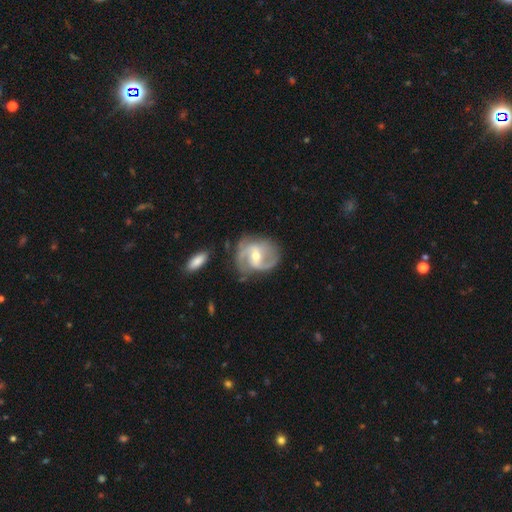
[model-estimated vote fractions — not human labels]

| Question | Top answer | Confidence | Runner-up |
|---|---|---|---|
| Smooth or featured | featured or disk | 85% | smooth (10%) |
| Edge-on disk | no | 98% | yes (2%) |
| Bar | weak | 49% | strong (26%) |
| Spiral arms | yes | 95% | no (5%) |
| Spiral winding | medium | 52% | loose (28%) |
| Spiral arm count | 2 | 80% | can't tell (7%) |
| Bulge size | moderate | 58% | small (37%) |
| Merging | none | 66% | minor disturbance (21%) |